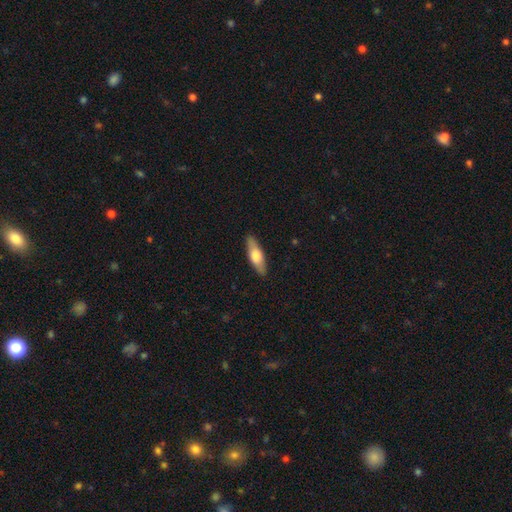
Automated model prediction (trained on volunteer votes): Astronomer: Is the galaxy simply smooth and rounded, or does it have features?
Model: smooth — 59% (runner-up: featured or disk, 36%).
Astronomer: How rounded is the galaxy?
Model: cigar-shaped — 50% (runner-up: in between, 48%).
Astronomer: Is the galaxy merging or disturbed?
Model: none — 87%.